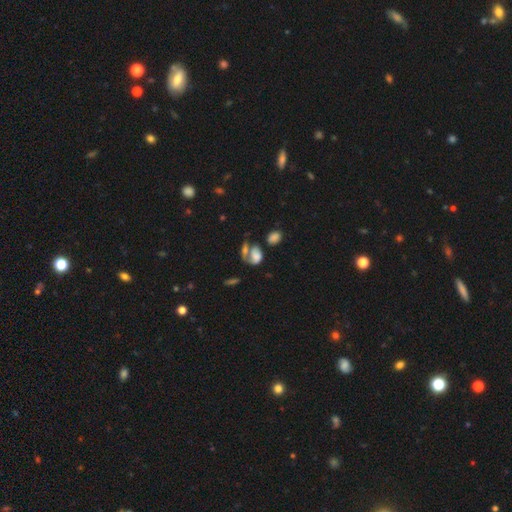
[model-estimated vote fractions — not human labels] This is likely a smooth galaxy (66%). How rounded: likely in between (76%). Merging: marginally merger (42%).